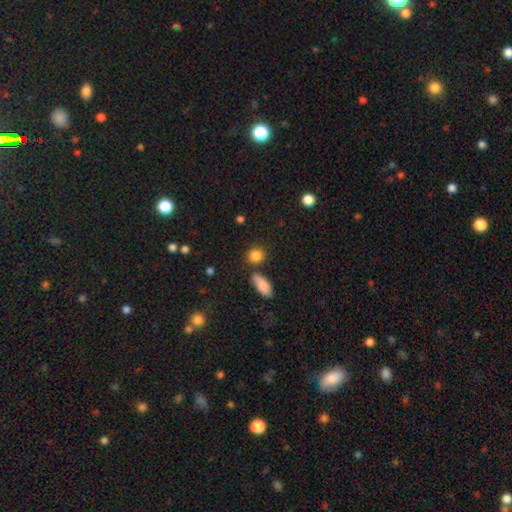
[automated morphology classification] Smooth or featured: smooth — 85% (star or artifact — 10%)
How rounded: round — 76% (in between — 22%)
Merging: none — 74% (minor disturbance — 12%)